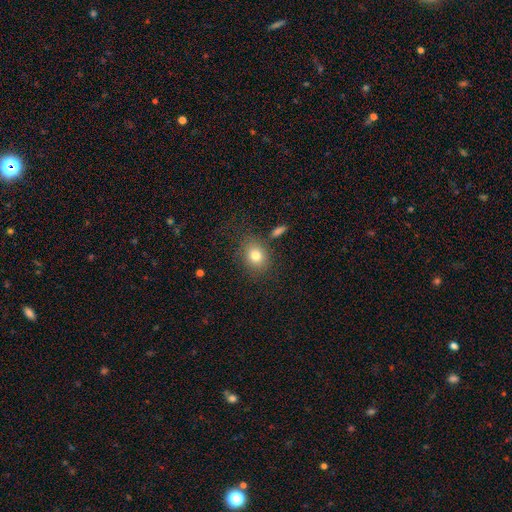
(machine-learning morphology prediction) Smooth or featured? smooth (79%)
How rounded? round (57%)
Merging? none (77%)